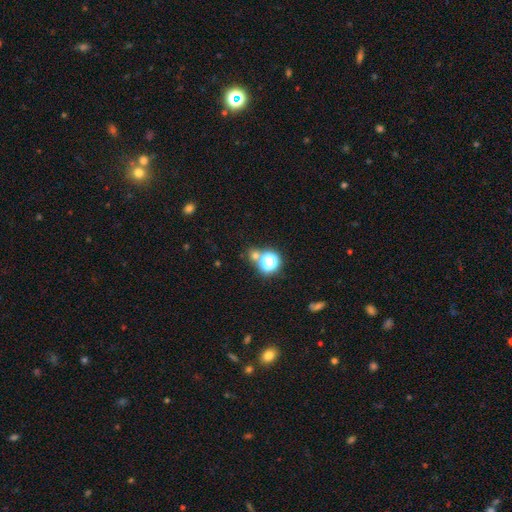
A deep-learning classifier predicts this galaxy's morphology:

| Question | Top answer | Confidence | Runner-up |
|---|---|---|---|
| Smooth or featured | smooth | 57% | star or artifact (36%) |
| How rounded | round | 86% | in between (13%) |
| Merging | none | 66% | merger (22%) |